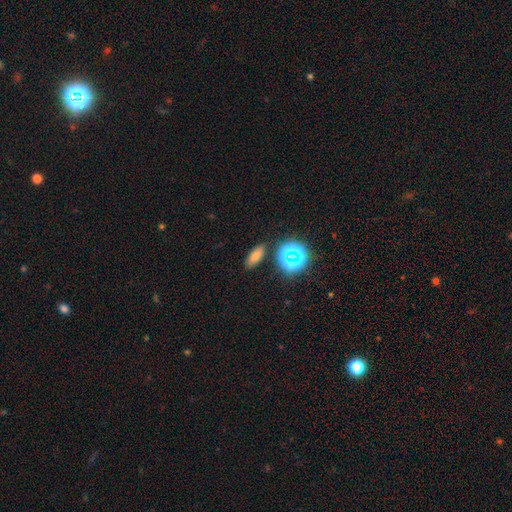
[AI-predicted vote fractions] Smooth or featured? Predicted: smooth (p=0.68). How rounded? Predicted: in between (p=0.79). Merging? Predicted: none (p=0.84).